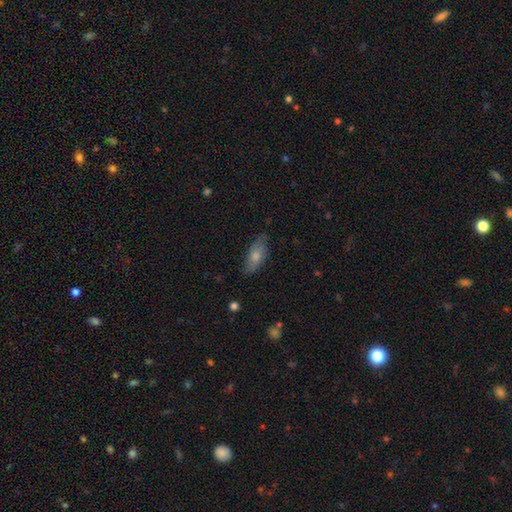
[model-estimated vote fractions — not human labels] Q: Smooth or featured?
A: smooth (68%); runner-up: featured or disk (25%)
Q: How rounded?
A: in between (79%); runner-up: cigar-shaped (18%)
Q: Merging?
A: none (73%); runner-up: minor disturbance (21%)